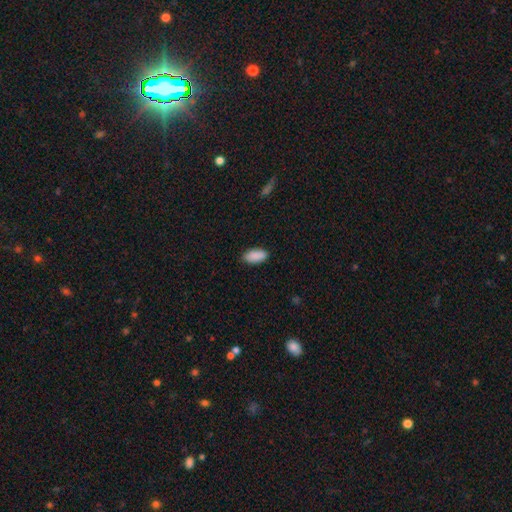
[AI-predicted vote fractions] The model was most divided on "merging": none: 86%, minor disturbance: 10%, major disturbance: 2%, merger: 1%. More confident: how rounded — in between (92%); smooth or featured — smooth (90%).